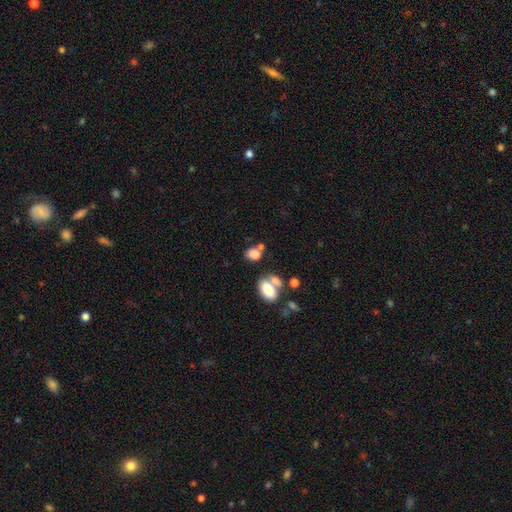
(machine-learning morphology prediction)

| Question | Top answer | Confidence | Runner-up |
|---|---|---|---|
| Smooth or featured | smooth | 81% | star or artifact (11%) |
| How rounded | in between | 67% | round (31%) |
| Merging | none | 45% | merger (33%) |